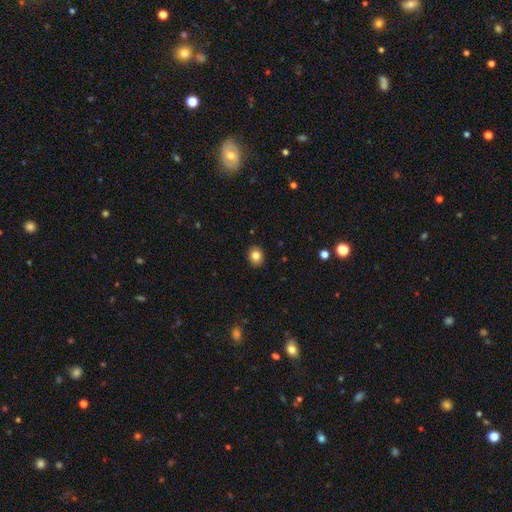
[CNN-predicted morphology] Smooth or featured: smooth — 83% (star or artifact — 10%)
How rounded: round — 65% (in between — 34%)
Merging: none — 89% (minor disturbance — 8%)